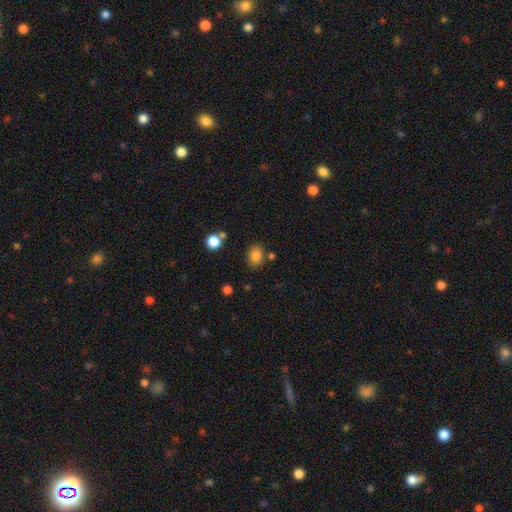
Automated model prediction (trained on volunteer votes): Smooth or featured?
  - smooth: 83% *
  - star or artifact: 11%
  - featured or disk: 7%
How rounded?
  - in between: 57% *
  - round: 42%
  - cigar-shaped: 1%
Merging?
  - none: 78% *
  - minor disturbance: 12%
  - merger: 7%
  - major disturbance: 3%